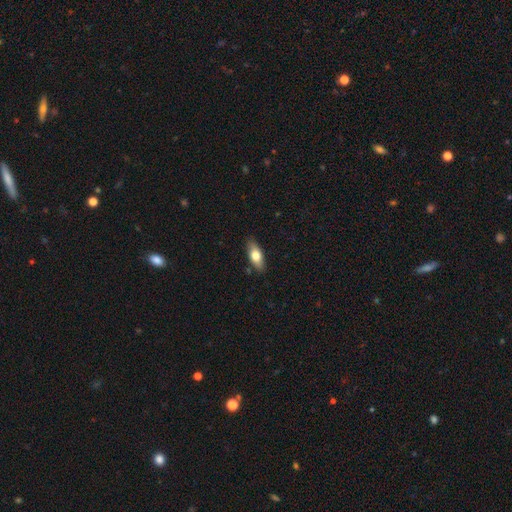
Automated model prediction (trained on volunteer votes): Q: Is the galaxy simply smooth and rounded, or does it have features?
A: smooth — 72%.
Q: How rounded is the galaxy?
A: in between — 80%.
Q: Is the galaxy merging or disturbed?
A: none — 86%.